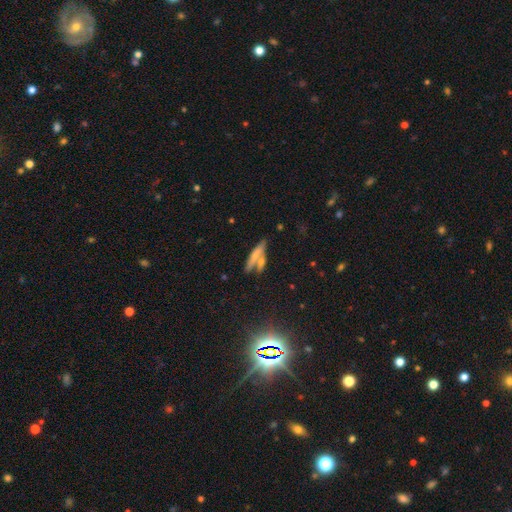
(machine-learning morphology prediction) Smooth or featured? Predicted: smooth (p=0.58). How rounded? Predicted: cigar-shaped (p=0.74). Merging? Predicted: none (p=0.50).